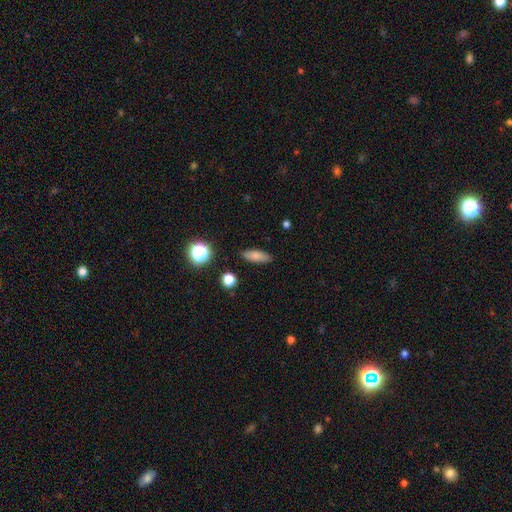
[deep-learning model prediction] Q: Smooth or featured?
A: smooth (79%); runner-up: featured or disk (11%)
Q: How rounded?
A: in between (57%); runner-up: cigar-shaped (38%)
Q: Merging?
A: none (88%); runner-up: minor disturbance (8%)